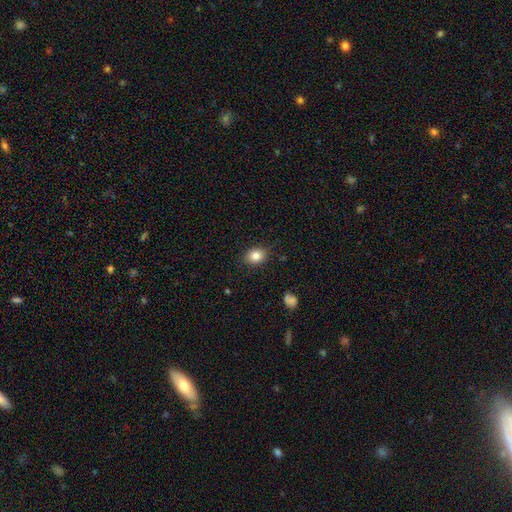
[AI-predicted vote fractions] Morphology: type=smooth (84%); roundness=in between (59%); merging=none (86%).